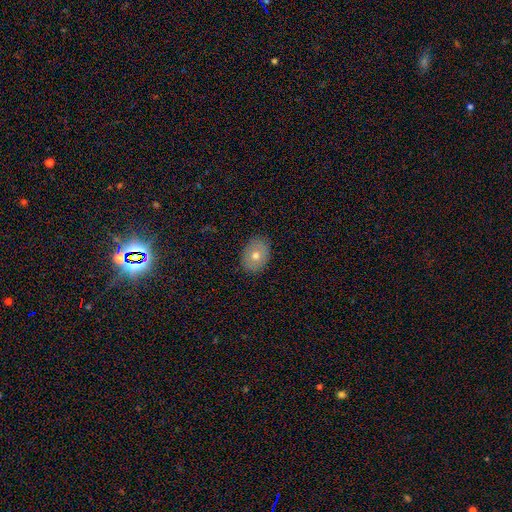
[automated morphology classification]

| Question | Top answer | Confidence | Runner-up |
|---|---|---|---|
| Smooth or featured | smooth | 67% | featured or disk (23%) |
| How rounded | in between | 70% | round (29%) |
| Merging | none | 88% | minor disturbance (9%) |